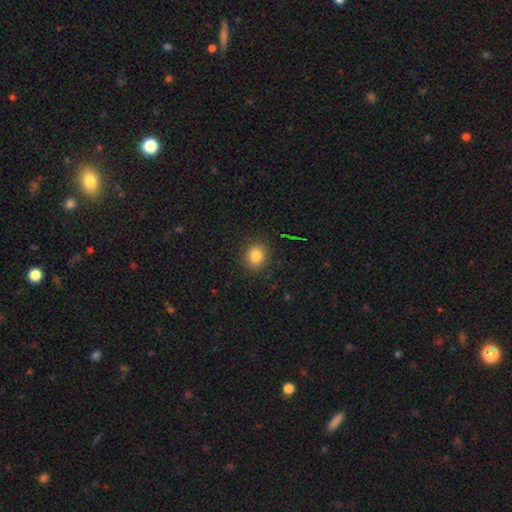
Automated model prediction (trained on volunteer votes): smooth 84%, star or artifact 11%, featured or disk 5%. Down the decision tree: how rounded — round (78%); merging — none (88%).